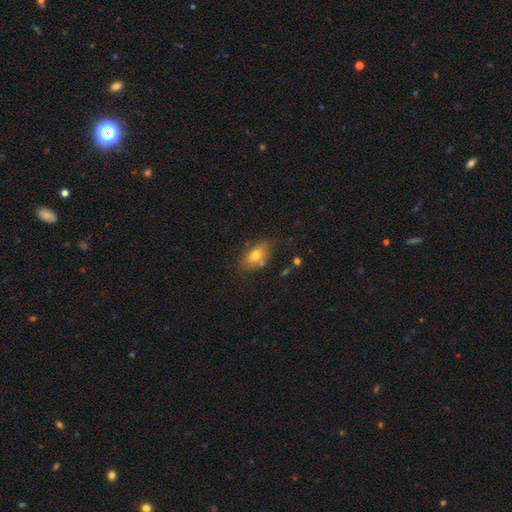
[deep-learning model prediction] smooth_or_featured: smooth (p=0.73) [alt: featured or disk p=0.18]
how_rounded: in between (p=0.86) [alt: round p=0.11]
merging: none (p=0.60) [alt: minor disturbance p=0.25]